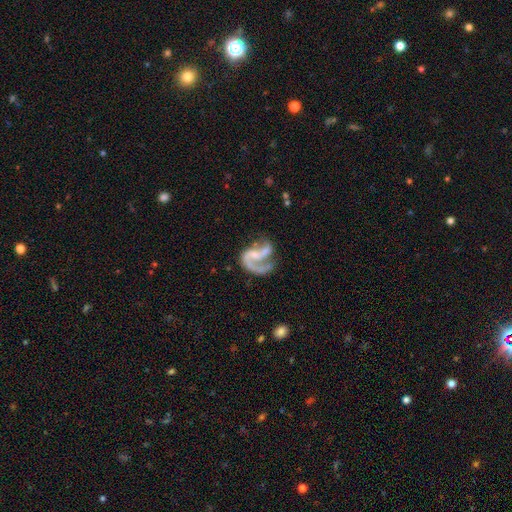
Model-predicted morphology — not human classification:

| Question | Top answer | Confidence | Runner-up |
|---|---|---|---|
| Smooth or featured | featured or disk | 86% | smooth (8%) |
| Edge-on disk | no | 98% | yes (2%) |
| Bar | no | 41% | weak (39%) |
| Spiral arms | yes | 94% | no (6%) |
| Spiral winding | loose | 46% | medium (43%) |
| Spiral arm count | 2 | 63% | 1 (32%) |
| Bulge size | small | 50% | none (27%) |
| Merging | none | 41% | major disturbance (33%) |